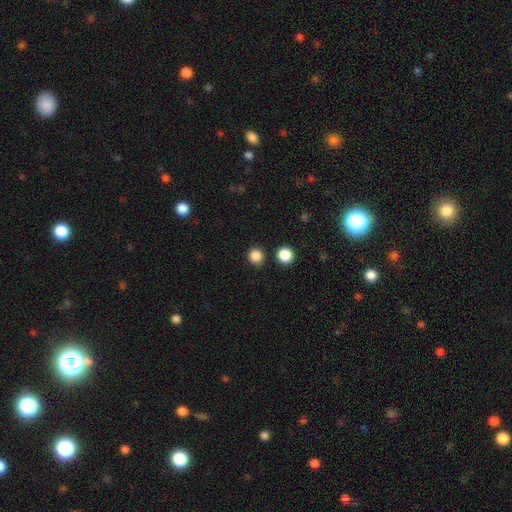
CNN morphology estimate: smooth 85%, star or artifact 12%, featured or disk 3%. Down the decision tree: how rounded — round (90%); merging — none (87%).